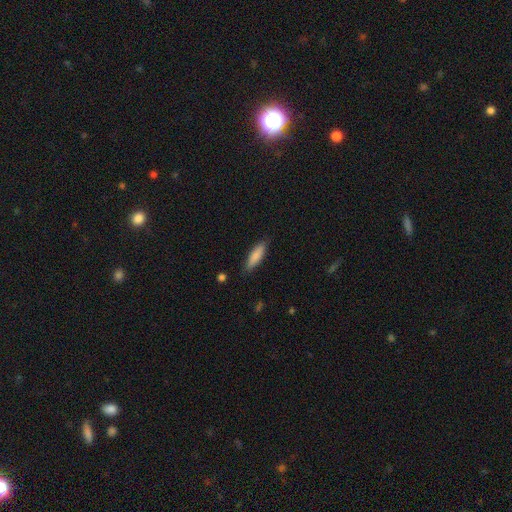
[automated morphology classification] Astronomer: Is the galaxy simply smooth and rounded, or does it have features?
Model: smooth — 86%.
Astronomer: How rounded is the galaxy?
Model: cigar-shaped — 57% (runner-up: in between, 41%).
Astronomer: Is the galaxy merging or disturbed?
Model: none — 85%.